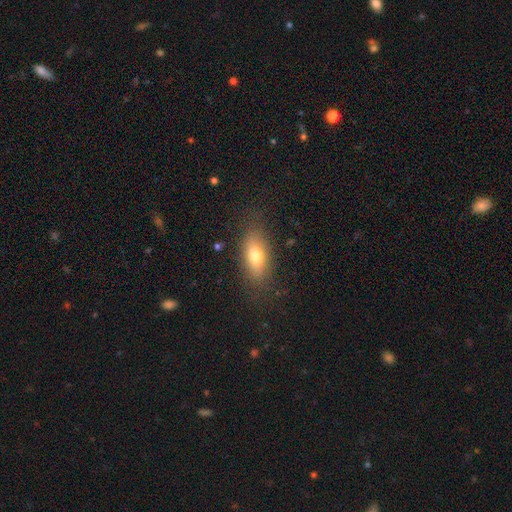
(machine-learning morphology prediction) A smooth galaxy with no disk features (72%) that is in between round and cigar-shaped (80%).

Vote fractions:
- Smooth or featured? smooth: 72% / featured or disk: 19% / star or artifact: 9%
- How rounded? in between: 80% / cigar-shaped: 15% / round: 5%
- Merging? none: 80% / minor disturbance: 13% / major disturbance: 5% / merger: 1%